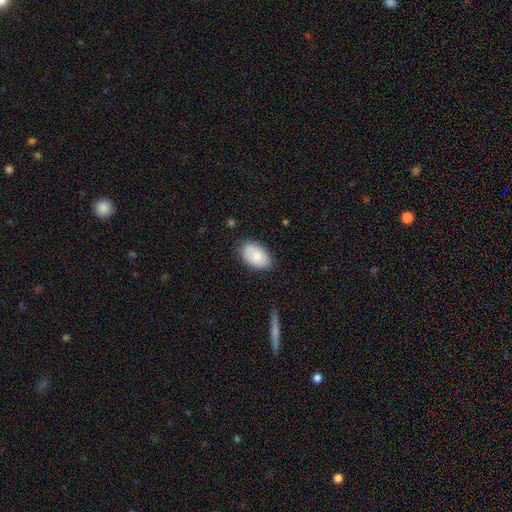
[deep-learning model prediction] Smooth or featured: smooth — 83% (featured or disk — 11%)
How rounded: in between — 92% (round — 7%)
Merging: none — 80% (minor disturbance — 16%)